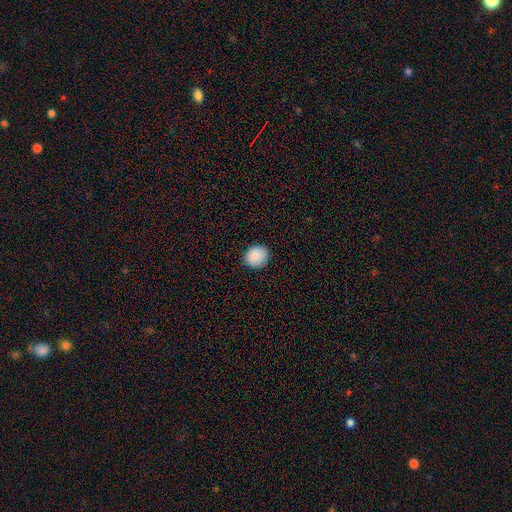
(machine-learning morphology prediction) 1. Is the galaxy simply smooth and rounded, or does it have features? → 88% smooth, 8% star or artifact, 4% featured or disk.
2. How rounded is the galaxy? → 79% round, 20% in between, 1% cigar-shaped.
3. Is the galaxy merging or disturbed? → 88% none, 9% minor disturbance, 2% major disturbance, 1% merger.